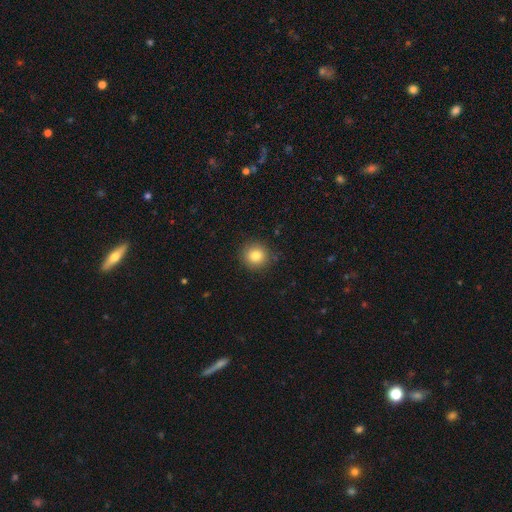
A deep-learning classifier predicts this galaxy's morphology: Smooth or featured? smooth (82%)
How rounded? round (93%)
Merging? none (89%)